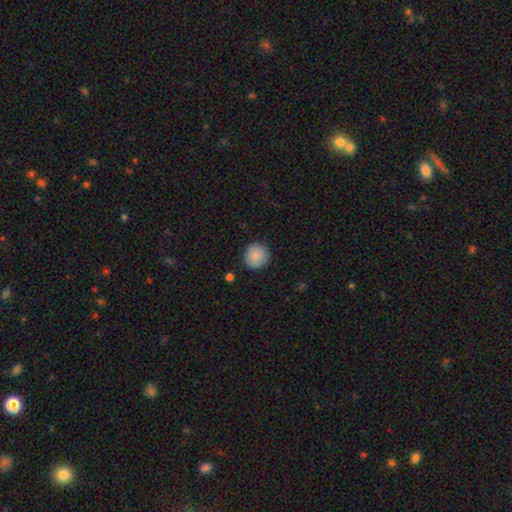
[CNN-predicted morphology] Overall: smooth (87%). How rounded: round (93%). Merging: none (88%).